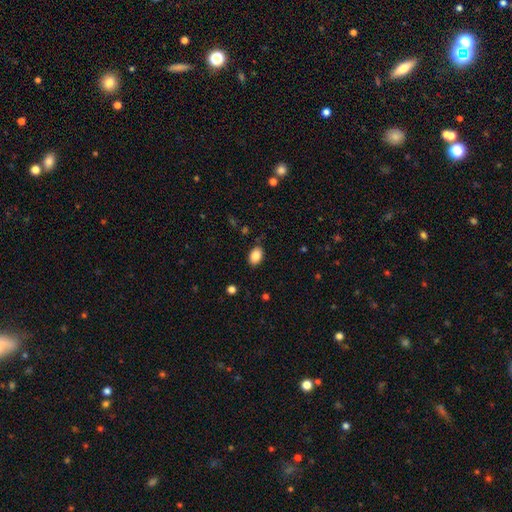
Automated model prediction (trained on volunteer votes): Morphology: type=smooth (86%); roundness=in between (86%); merging=none (84%).